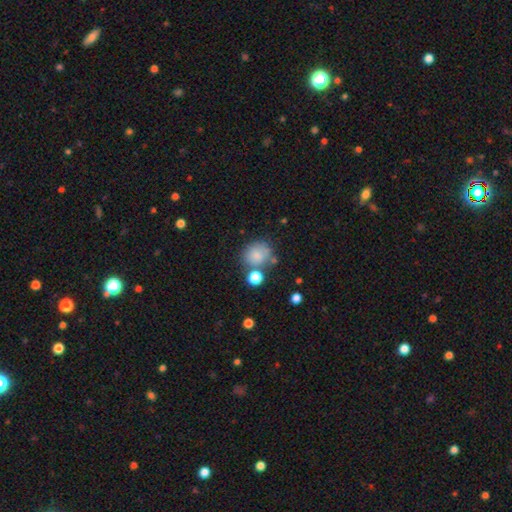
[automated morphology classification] smooth_or_featured: smooth (p=0.79) [alt: star or artifact p=0.11]
how_rounded: round (p=0.75) [alt: in between p=0.25]
merging: none (p=0.59) [alt: minor disturbance p=0.18]